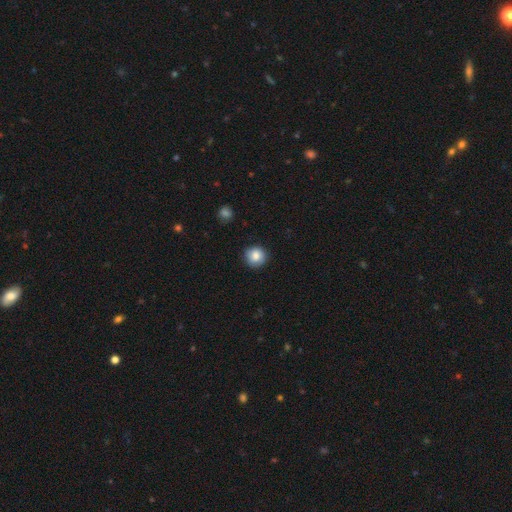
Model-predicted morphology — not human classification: Overall: smooth (84%). How rounded: round (92%). Merging: none (86%).